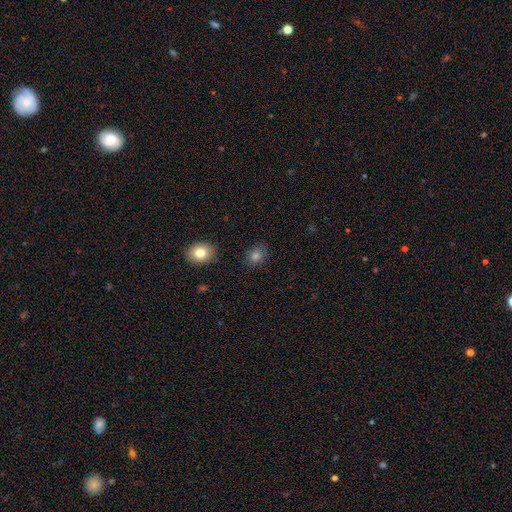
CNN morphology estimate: smooth-or-featured: smooth: 80% | star or artifact: 13% | featured or disk: 7%
  how-rounded: round: 63% | in between: 36% | cigar-shaped: 1%
  merging: none: 86% | minor disturbance: 9% | major disturbance: 3% | merger: 2%